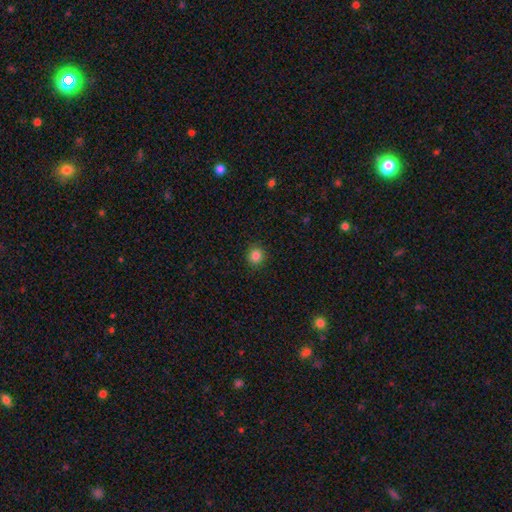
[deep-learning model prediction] This is clearly a smooth galaxy (85%). How rounded: clearly round (89%). Merging: clearly none (91%).